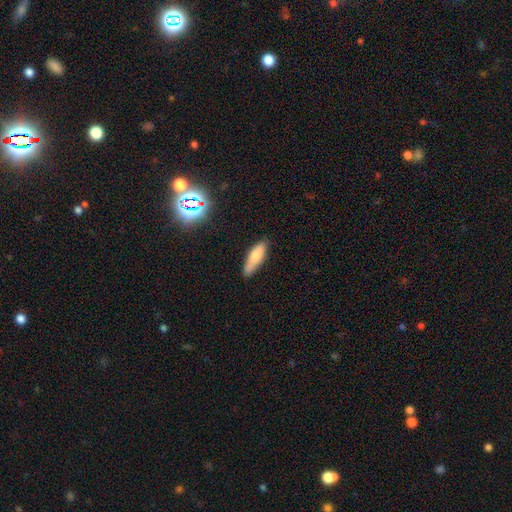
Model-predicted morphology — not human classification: smooth_or_featured: smooth (p=0.76) [alt: featured or disk p=0.16]
how_rounded: cigar-shaped (p=0.51) [alt: in between p=0.47]
merging: none (p=0.72) [alt: minor disturbance p=0.21]